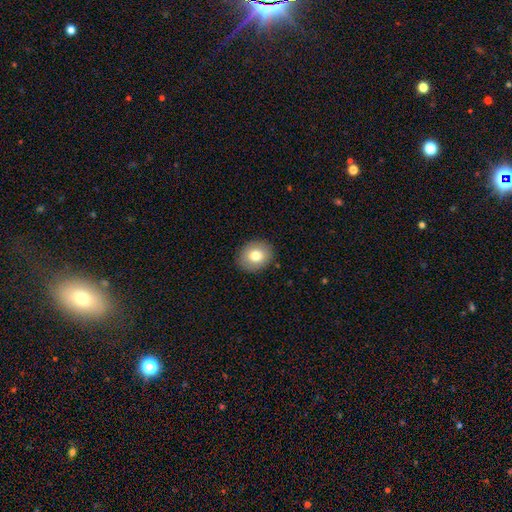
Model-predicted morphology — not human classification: Smooth or featured: smooth — 78% (featured or disk — 13%)
How rounded: round — 64% (in between — 35%)
Merging: none — 88% (minor disturbance — 8%)